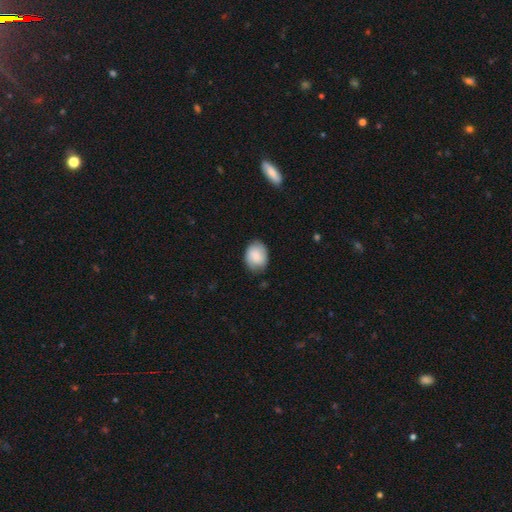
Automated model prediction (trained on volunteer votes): Smooth or featured: smooth — 80% (featured or disk — 14%)
How rounded: in between — 62% (round — 37%)
Merging: none — 76% (minor disturbance — 19%)